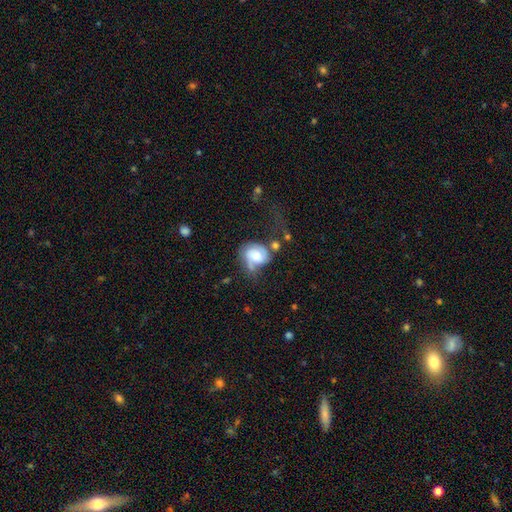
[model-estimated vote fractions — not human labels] Smooth or featured? featured or disk (54%)
Edge-on disk? no (98%)
Bar? no (64%)
Spiral arms? yes (84%)
Bulge size? moderate (33%)
Merging? major disturbance (33%)